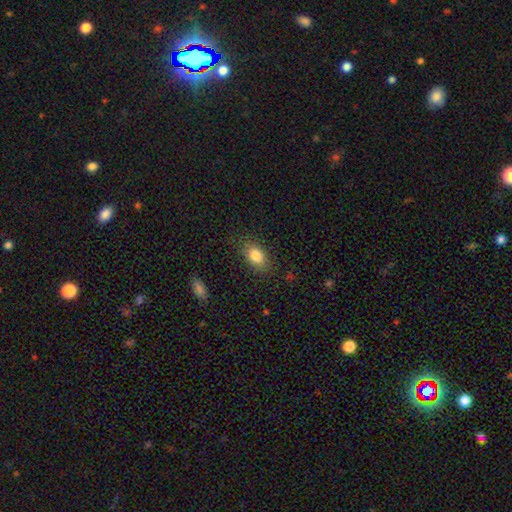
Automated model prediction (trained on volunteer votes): smooth-or-featured: smooth: 83% | featured or disk: 9% | star or artifact: 8%
  how-rounded: in between: 85% | round: 12% | cigar-shaped: 3%
  merging: none: 82% | minor disturbance: 13% | major disturbance: 4% | merger: 1%